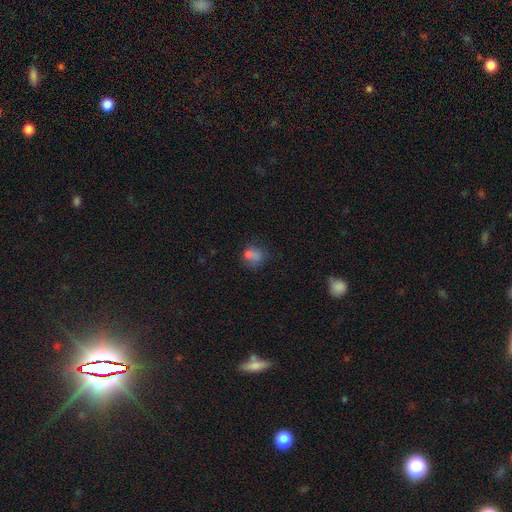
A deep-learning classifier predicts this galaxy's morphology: Q: Smooth or featured?
A: smooth (71%); runner-up: star or artifact (15%)
Q: How rounded?
A: round (57%); runner-up: in between (41%)
Q: Merging?
A: none (49%); runner-up: minor disturbance (23%)